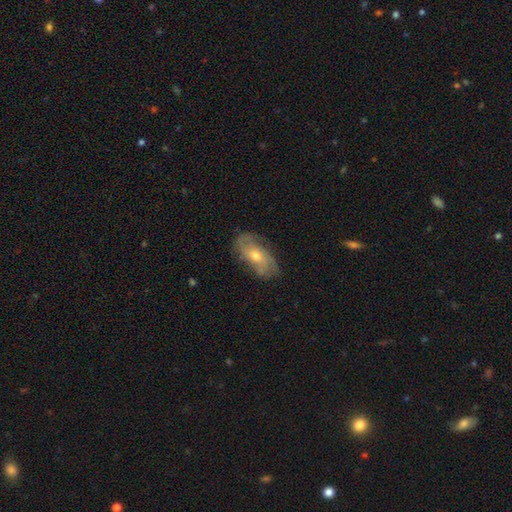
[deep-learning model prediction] Q: Smooth or featured?
A: featured or disk (61%); runner-up: smooth (31%)
Q: Edge-on disk?
A: no (89%); runner-up: yes (11%)
Q: Bar?
A: no (74%); runner-up: weak (22%)
Q: Spiral arms?
A: yes (78%); runner-up: no (22%)
Q: Bulge size?
A: moderate (58%); runner-up: small (37%)
Q: Merging?
A: none (71%); runner-up: minor disturbance (20%)